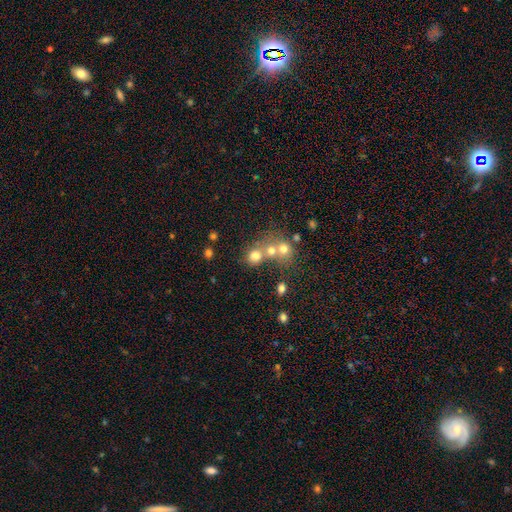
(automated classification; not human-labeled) The model was most divided on "merging": merger: 45%, none: 43%, minor disturbance: 7%, major disturbance: 4%. More confident: how rounded — round (78%); smooth or featured — smooth (70%).